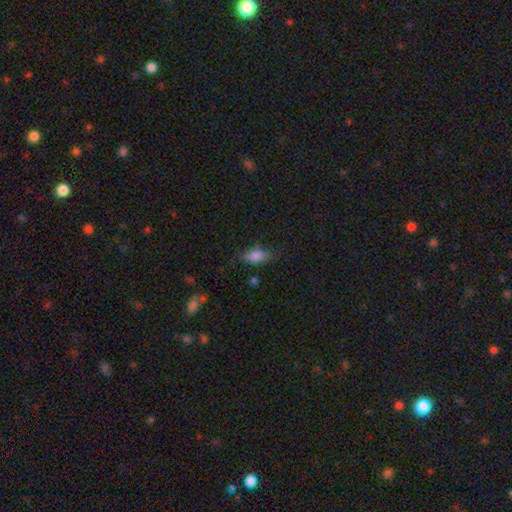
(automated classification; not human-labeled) A smooth galaxy with no disk features (83%) that is in between round and cigar-shaped (85%).

Vote fractions:
- Smooth or featured? smooth: 83% / featured or disk: 9% / star or artifact: 8%
- How rounded? in between: 85% / cigar-shaped: 11% / round: 4%
- Merging? none: 68% / minor disturbance: 23% / major disturbance: 7% / merger: 2%